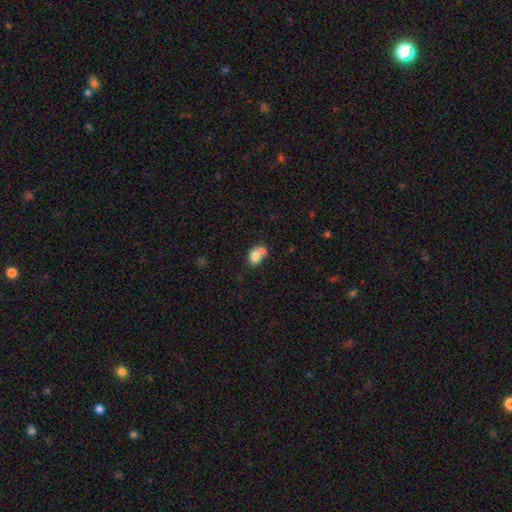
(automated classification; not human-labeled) smooth_or_featured: smooth (p=0.76) [alt: featured or disk p=0.15]
how_rounded: round (p=0.50) [alt: in between p=0.49]
merging: merger (p=0.57) [alt: none p=0.30]